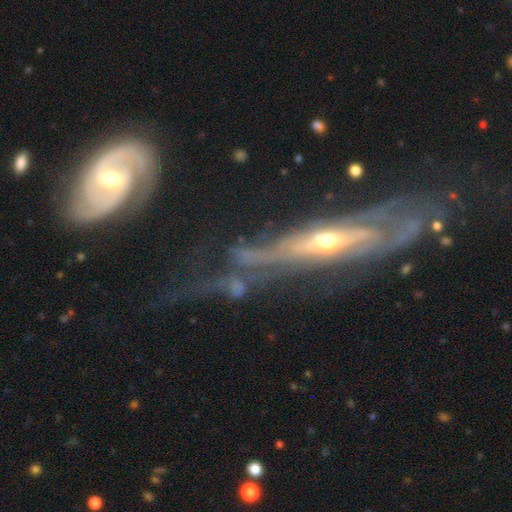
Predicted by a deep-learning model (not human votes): Smooth or featured? Predicted: featured or disk (p=0.78). Edge-on disk? Predicted: no (p=0.53). Merging? Predicted: none (p=0.36).